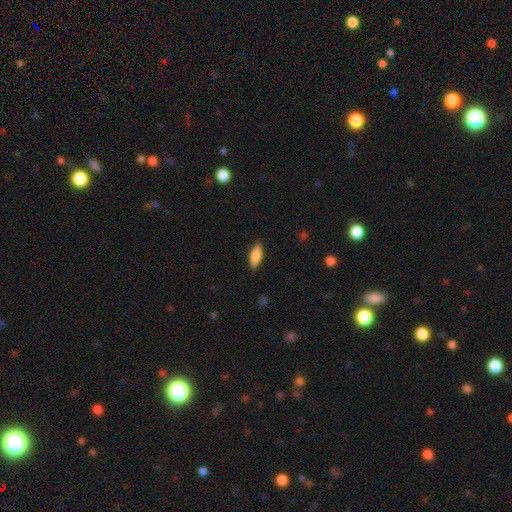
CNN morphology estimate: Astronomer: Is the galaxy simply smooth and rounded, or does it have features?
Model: smooth — 84%.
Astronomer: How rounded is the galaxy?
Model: in between — 64%.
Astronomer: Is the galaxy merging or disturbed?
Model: none — 87%.